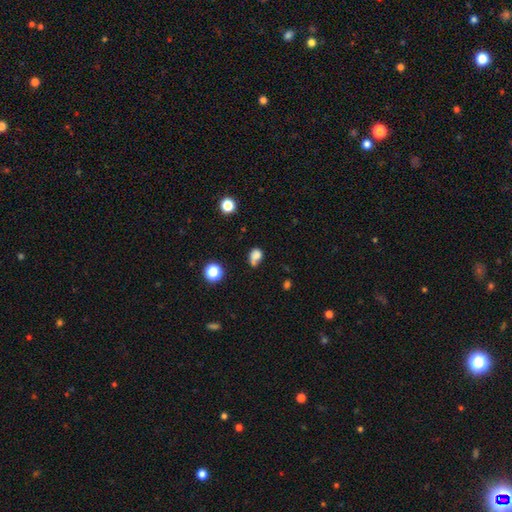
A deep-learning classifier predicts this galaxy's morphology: This appears to be a smooth galaxy with no disk features (75%) that is round (49%, tied with in between). Merging: none (38%).